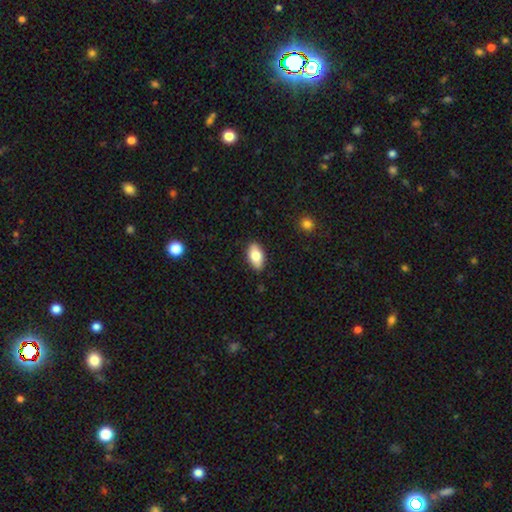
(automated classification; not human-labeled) This appears to be a smooth galaxy with no disk features (79%) that is in between round and cigar-shaped (92%). Merging: none (87%).